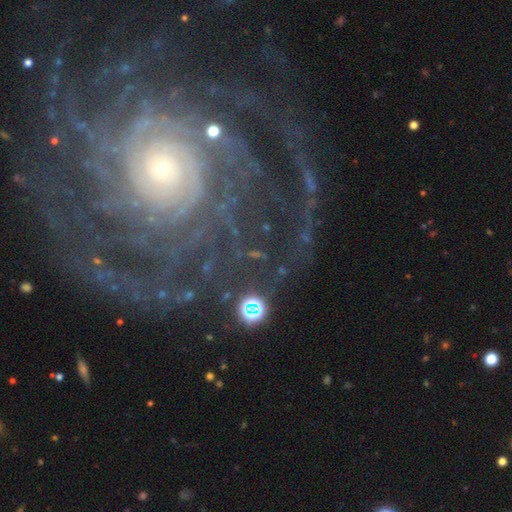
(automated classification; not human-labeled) A featured or disk galaxy (89%) with no bar (81%), tight (73%) spiral arms (97%) and a small central bulge (53%).

Vote fractions:
- Smooth or featured? featured or disk: 89% / star or artifact: 7% / smooth: 5%
- Edge-on disk? no: 97% / yes: 3%
- Bar? no: 81% / weak: 13% / strong: 6%
- Spiral arms? yes: 97% / no: 3%
- Spiral winding? tight: 73% / medium: 21% / loose: 6%
- Spiral arm count? can't tell: 24% / more than 4: 23% / 4: 16% / 2: 14% / 3: 14% / 1: 10%
- Bulge size? small: 53% / moderate: 34% / large: 9% / dominant: 2% / none: 2%
- Merging? none: 72% / major disturbance: 13% / minor disturbance: 12% / merger: 2%